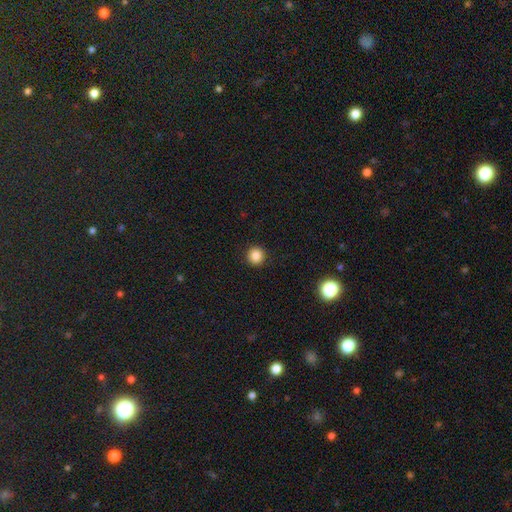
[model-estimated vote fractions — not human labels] Smooth or featured? Predicted: smooth (p=0.85). How rounded? Predicted: round (p=0.95). Merging? Predicted: none (p=0.93).